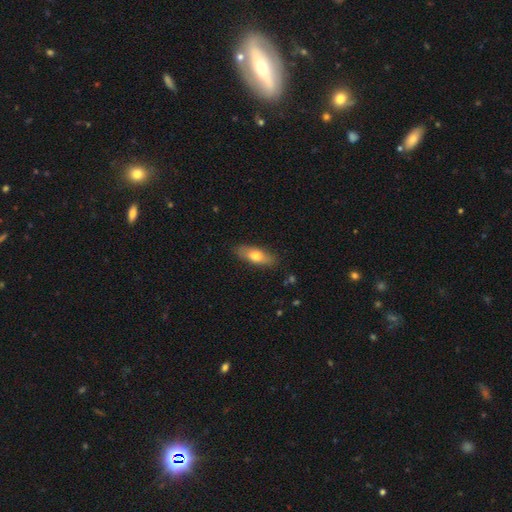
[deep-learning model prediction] Overall: smooth (70%). How rounded: in between (68%). Merging: none (85%).